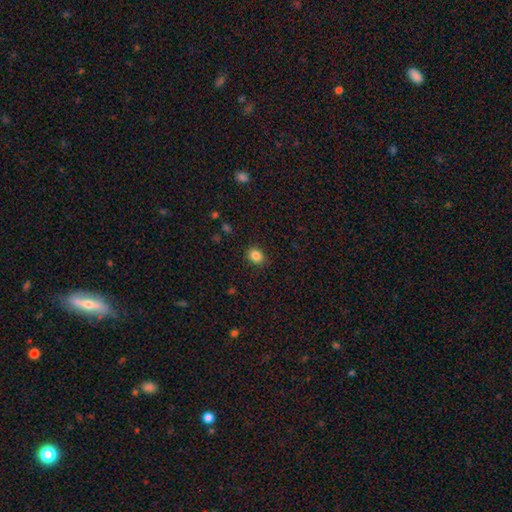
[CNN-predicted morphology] A smooth galaxy with no disk features (85%) that is in between round and cigar-shaped (50%).

Vote fractions:
- Smooth or featured? smooth: 85% / star or artifact: 11% / featured or disk: 5%
- How rounded? in between: 50% / round: 49% / cigar-shaped: 1%
- Merging? none: 87% / minor disturbance: 9% / major disturbance: 2% / merger: 1%